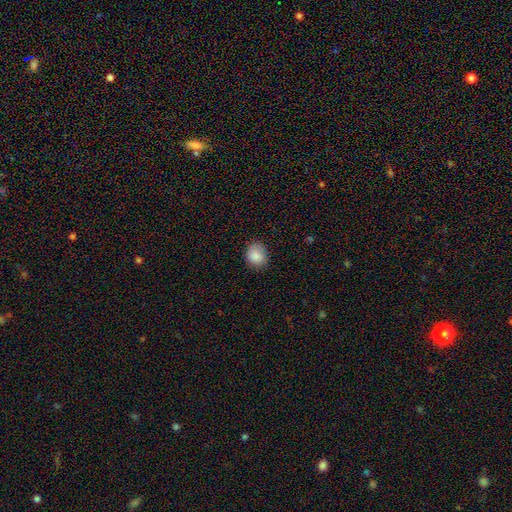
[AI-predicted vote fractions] A smooth galaxy with no disk features (87%) that is round (67%). Merging: none (78%).